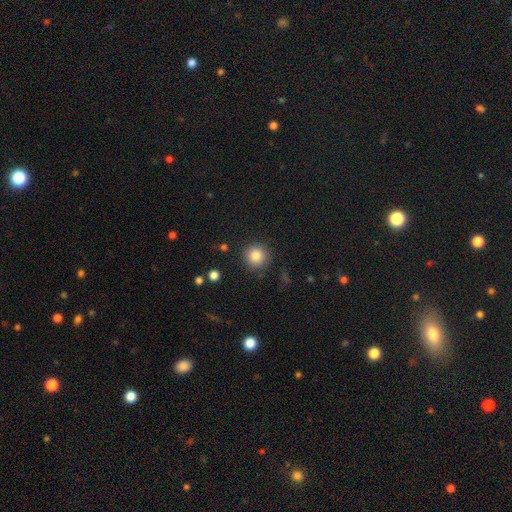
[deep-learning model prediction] smooth_or_featured: smooth (p=0.84) [alt: star or artifact p=0.10]
how_rounded: round (p=0.94) [alt: in between p=0.05]
merging: none (p=0.88) [alt: minor disturbance p=0.08]